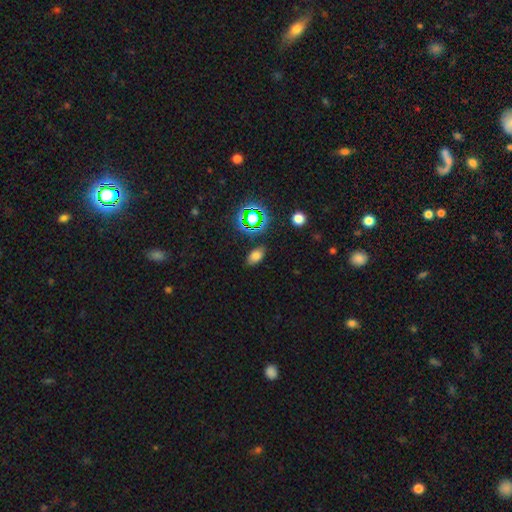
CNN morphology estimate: Overall: smooth (67%). How rounded: in between (89%). Merging: none (83%).